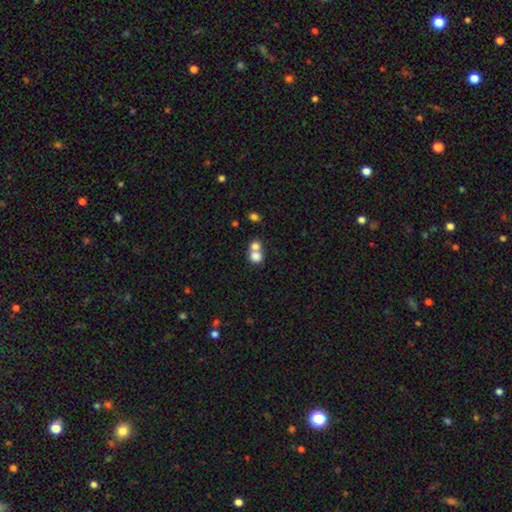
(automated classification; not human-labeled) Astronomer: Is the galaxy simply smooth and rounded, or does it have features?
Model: smooth — 78%.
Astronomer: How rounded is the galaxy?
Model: round — 67%.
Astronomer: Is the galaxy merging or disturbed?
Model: merger — 62%.